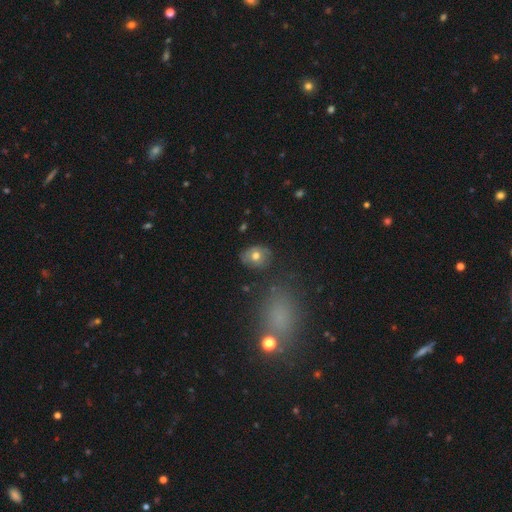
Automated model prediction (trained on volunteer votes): smooth_or_featured: smooth (p=0.63) [alt: featured or disk p=0.27]
how_rounded: in between (p=0.50) [alt: round p=0.49]
merging: none (p=0.75) [alt: minor disturbance p=0.17]